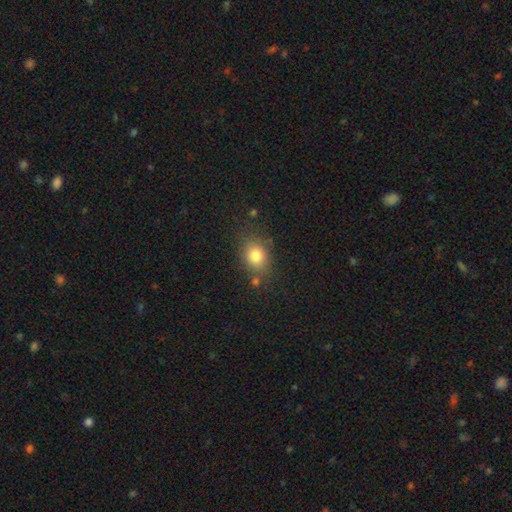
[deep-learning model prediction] Smooth or featured? Predicted: smooth (p=0.80). How rounded? Predicted: in between (p=0.51). Merging? Predicted: none (p=0.74).